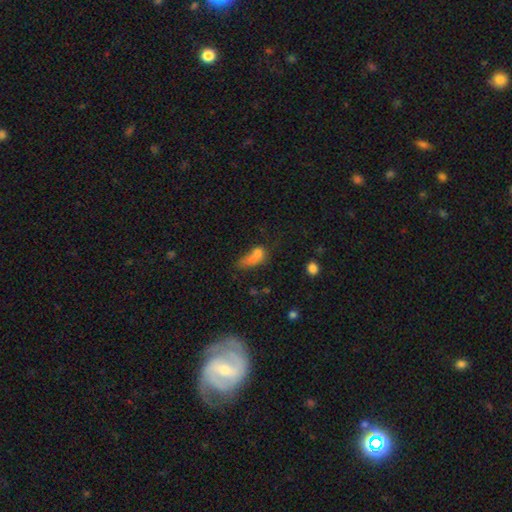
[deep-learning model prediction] Smooth or featured: smooth — 69% (featured or disk — 17%)
How rounded: in between — 65% (round — 21%)
Merging: major disturbance — 32% (merger — 27%)